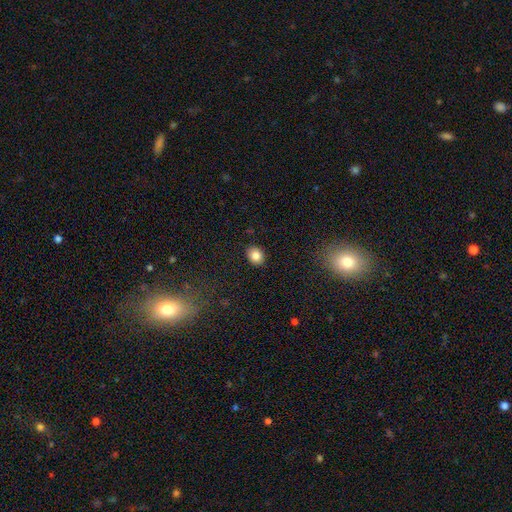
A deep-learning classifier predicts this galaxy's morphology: smooth 83%, star or artifact 10%, featured or disk 7%. Down the decision tree: how rounded — in between (52%); merging — none (90%).